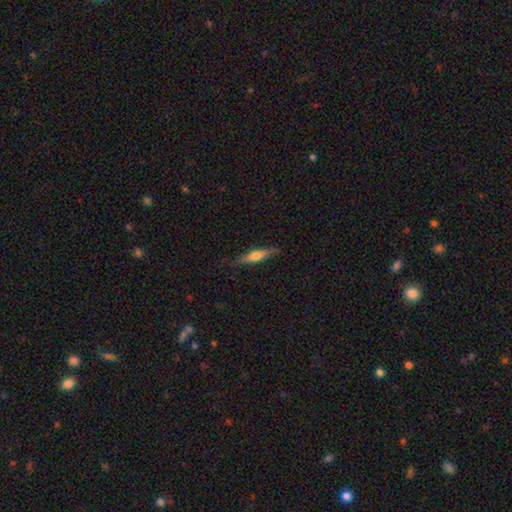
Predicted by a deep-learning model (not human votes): smooth-or-featured: featured or disk: 53% | smooth: 41% | star or artifact: 6%
  disk-edge-on: yes: 95% | no: 5%
    edge-on-bulge: rounded: 87% | boxy: 7% | none: 6%
  merging: none: 85% | minor disturbance: 12% | major disturbance: 2% | merger: 1%